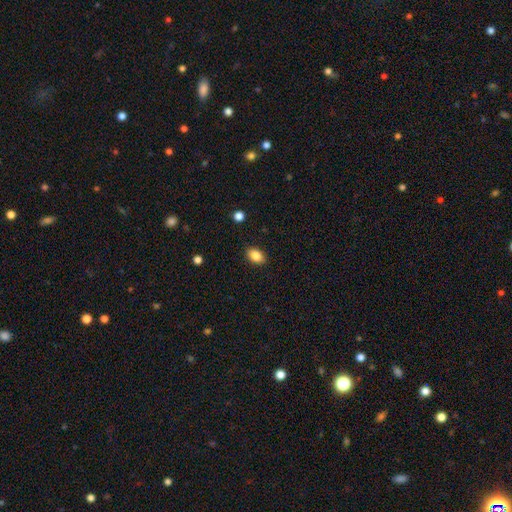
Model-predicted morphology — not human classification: smooth-or-featured: smooth: 85% | star or artifact: 9% | featured or disk: 6%
  how-rounded: in between: 84% | round: 15% | cigar-shaped: 1%
  merging: none: 89% | minor disturbance: 8% | major disturbance: 2% | merger: 1%